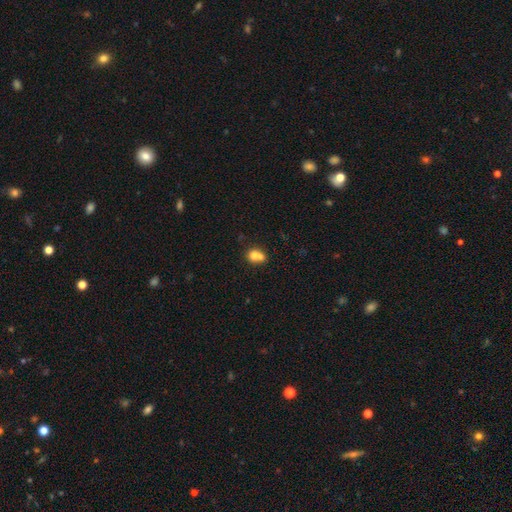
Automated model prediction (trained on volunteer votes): smooth 73%, featured or disk 17%, star or artifact 10%. Down the decision tree: how rounded — round (68%); merging — merger (62%).